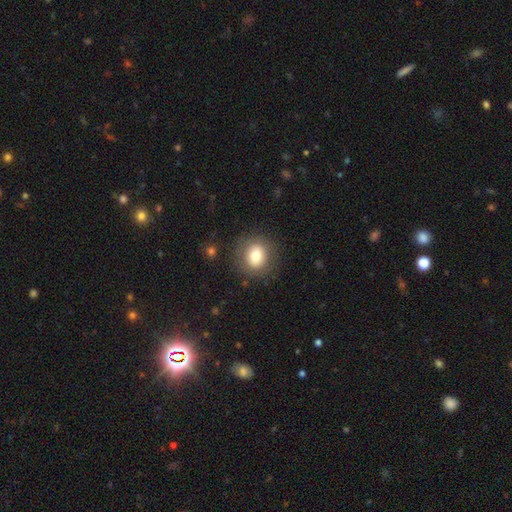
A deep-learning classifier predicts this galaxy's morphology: Smooth or featured? smooth (74%)
How rounded? round (79%)
Merging? none (84%)